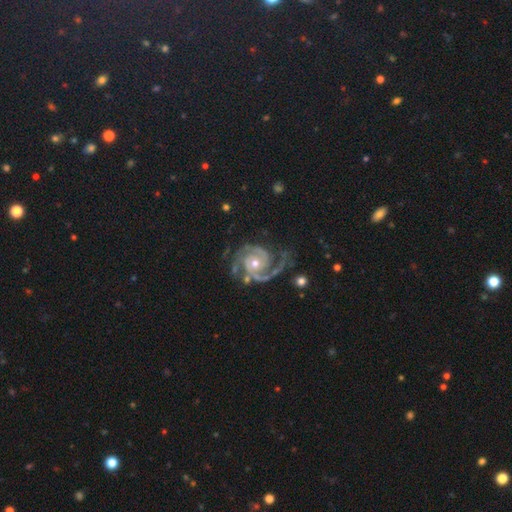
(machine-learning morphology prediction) type=featured or disk (77%); edge-on=no (98%); bar=no (66%); spiral arms=yes (96%); winding=tight (56%); arm count=2 (58%); bulge=moderate (48%); merging=none (69%).